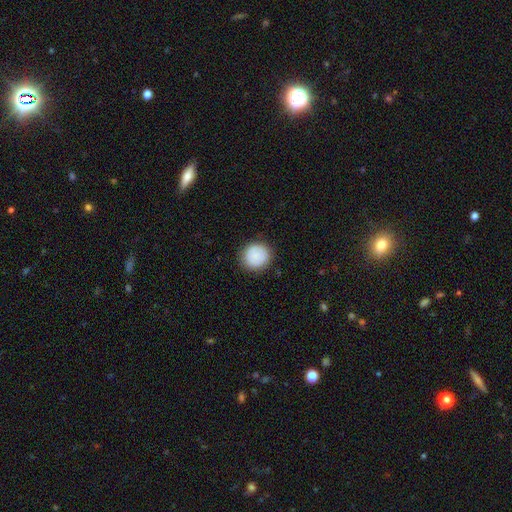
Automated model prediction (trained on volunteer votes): Smooth or featured?
  - smooth: 87% *
  - star or artifact: 7%
  - featured or disk: 6%
How rounded?
  - round: 89% *
  - in between: 10%
  - cigar-shaped: 1%
Merging?
  - none: 88% *
  - minor disturbance: 8%
  - major disturbance: 2%
  - merger: 1%